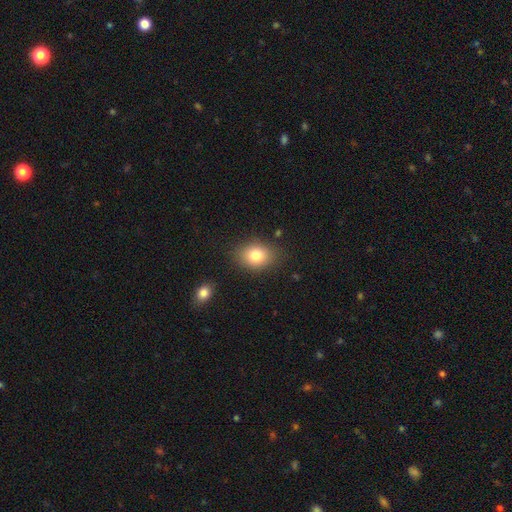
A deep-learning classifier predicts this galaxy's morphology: Smooth or featured? Predicted: smooth (p=0.80). How rounded? Predicted: in between (p=0.61). Merging? Predicted: none (p=0.83).